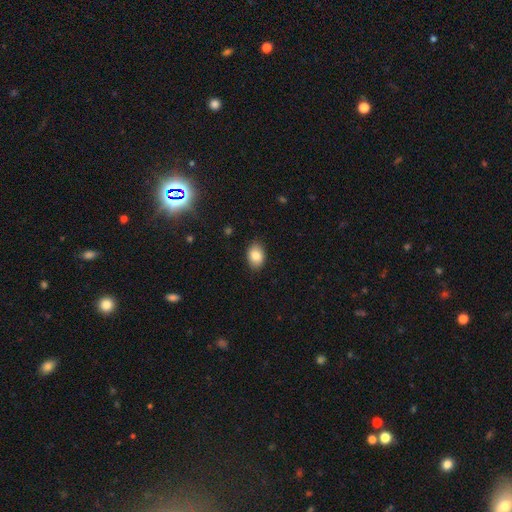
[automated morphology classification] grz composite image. It shows a smooth galaxy with no disk features (84%) that is in between round and cigar-shaped (83%). Merging: none (87%).